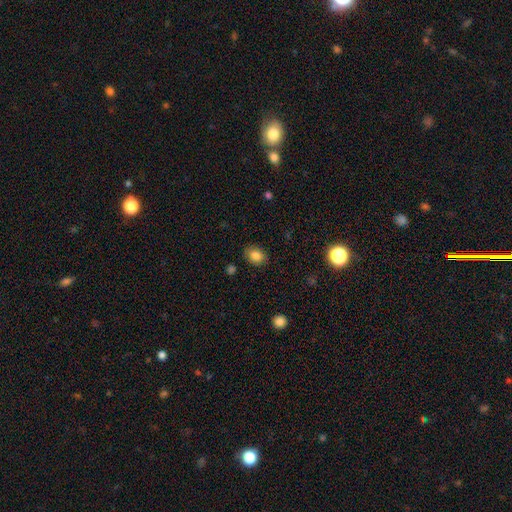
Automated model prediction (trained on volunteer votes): This appears to be a smooth galaxy with no disk features (84%) that is in between round and cigar-shaped (62%). Merging: none (86%).